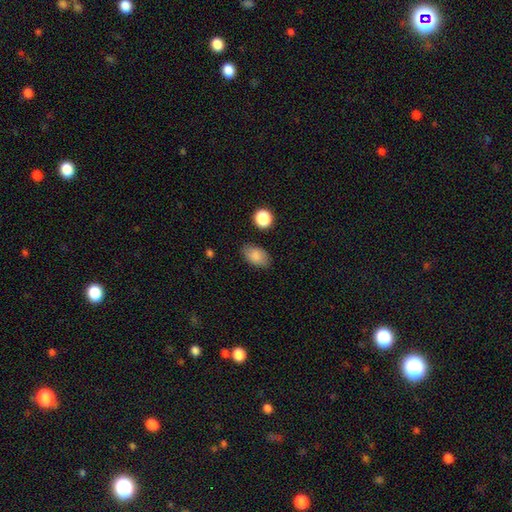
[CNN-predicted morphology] type=smooth (85%); roundness=in between (91%); merging=none (81%).